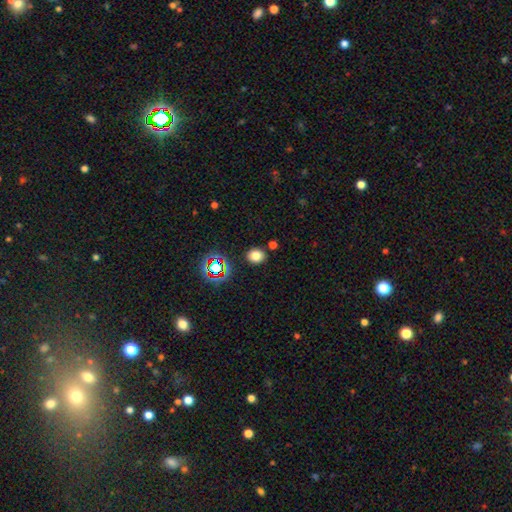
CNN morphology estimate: Q: Smooth or featured?
A: smooth (74%); runner-up: star or artifact (18%)
Q: How rounded?
A: round (63%); runner-up: in between (36%)
Q: Merging?
A: none (85%); runner-up: minor disturbance (8%)